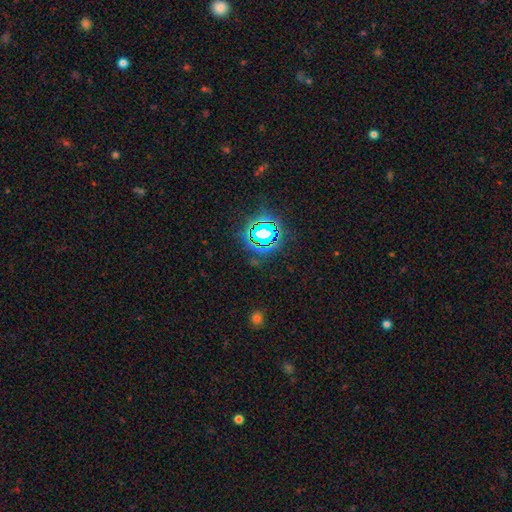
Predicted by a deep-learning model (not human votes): Smooth or featured? star or artifact (79%)